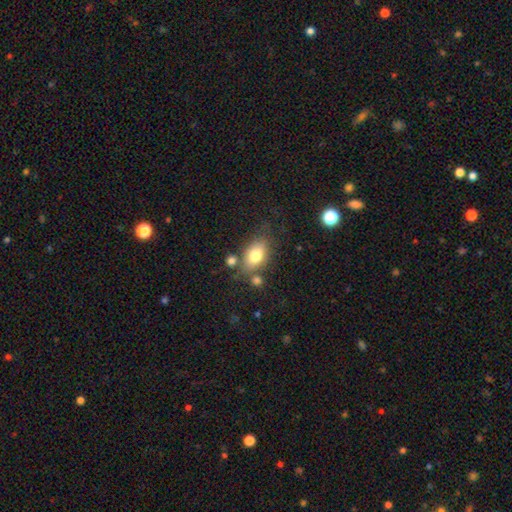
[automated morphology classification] This appears to be a smooth galaxy with no disk features (77%) that is in between round and cigar-shaped (85%). Merging: none (65%).